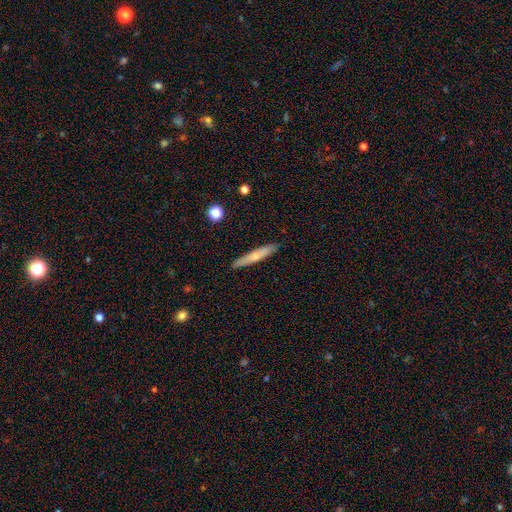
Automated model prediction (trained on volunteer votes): This is likely a smooth galaxy (61%). How rounded: clearly cigar-shaped (94%). Merging: clearly none (90%).